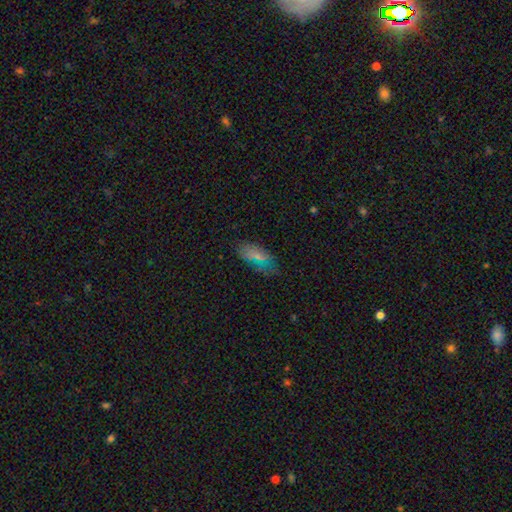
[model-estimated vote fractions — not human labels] Morphology: type=smooth (68%); roundness=in between (82%); merging=none (70%).